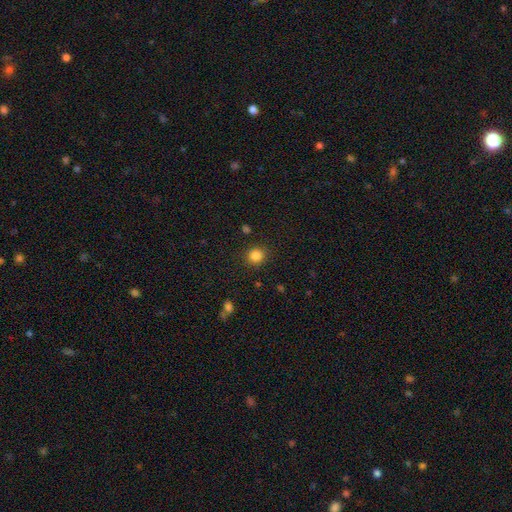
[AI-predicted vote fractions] A smooth galaxy with no disk features (84%) that is round (89%).

Vote fractions:
- Smooth or featured? smooth: 84% / star or artifact: 12% / featured or disk: 4%
- How rounded? round: 89% / in between: 10% / cigar-shaped: 1%
- Merging? none: 90% / minor disturbance: 6% / major disturbance: 2% / merger: 2%